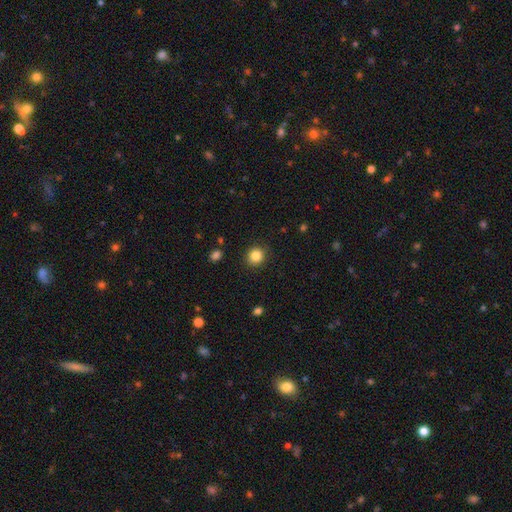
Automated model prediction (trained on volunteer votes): smooth-or-featured: smooth: 84% | star or artifact: 11% | featured or disk: 5%
  how-rounded: round: 88% | in between: 11% | cigar-shaped: 1%
  merging: none: 89% | minor disturbance: 7% | major disturbance: 2% | merger: 1%